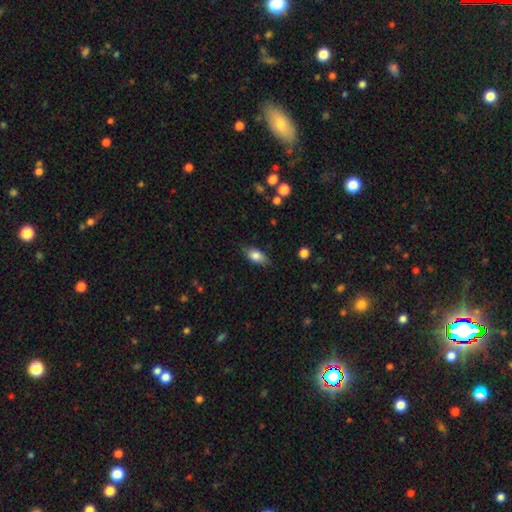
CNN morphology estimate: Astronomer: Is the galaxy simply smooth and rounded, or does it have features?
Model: smooth — 80%.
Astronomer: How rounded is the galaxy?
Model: in between — 86%.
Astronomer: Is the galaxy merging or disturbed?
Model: none — 78%.